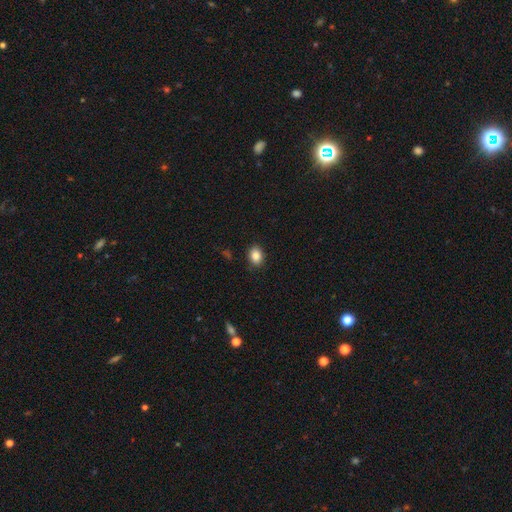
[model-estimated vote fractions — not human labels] Smooth or featured? smooth (85%)
How rounded? in between (59%)
Merging? none (88%)